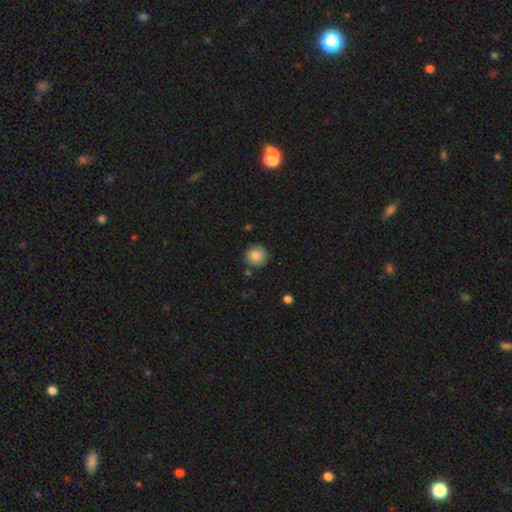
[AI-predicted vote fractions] Smooth or featured: smooth — 87% (star or artifact — 8%)
How rounded: round — 94% (in between — 5%)
Merging: none — 83% (minor disturbance — 11%)